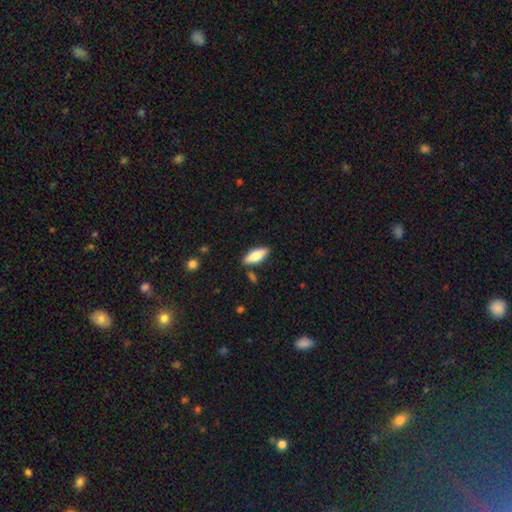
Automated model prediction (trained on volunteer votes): smooth 73%, featured or disk 20%, star or artifact 6%. Down the decision tree: how rounded — in between (65%); merging — none (83%).